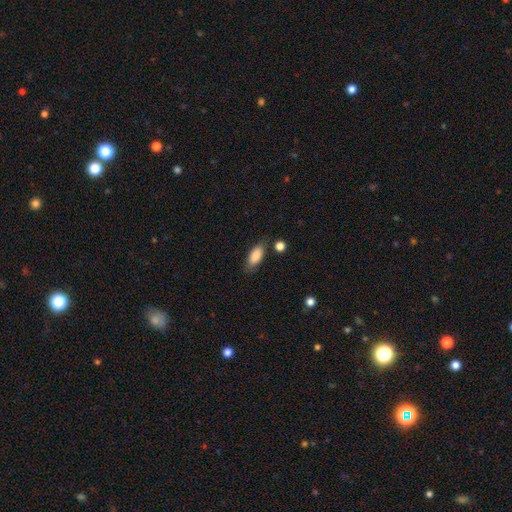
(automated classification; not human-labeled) Morphology: type=smooth (84%); roundness=in between (85%); merging=none (75%).